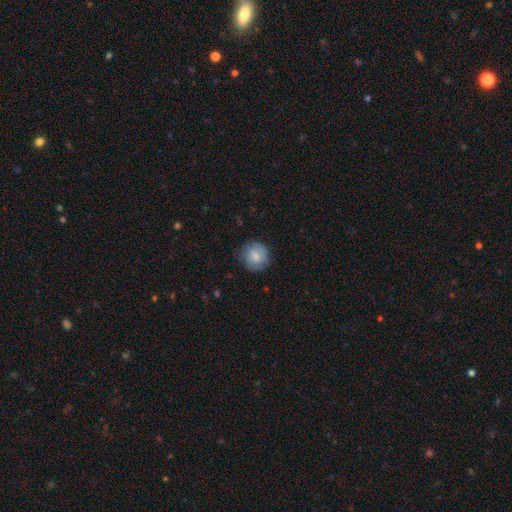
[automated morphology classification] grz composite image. It shows a smooth galaxy with no disk features (78%) that is round (92%). Merging: none (80%).